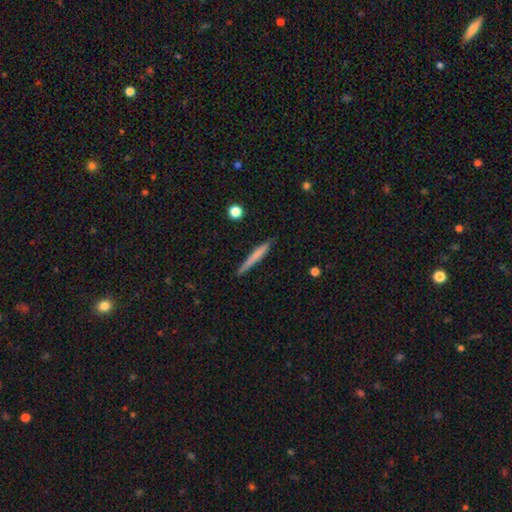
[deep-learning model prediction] smooth_or_featured: smooth (p=0.66) [alt: featured or disk p=0.28]
how_rounded: cigar-shaped (p=0.96) [alt: in between p=0.03]
merging: none (p=0.86) [alt: minor disturbance p=0.10]